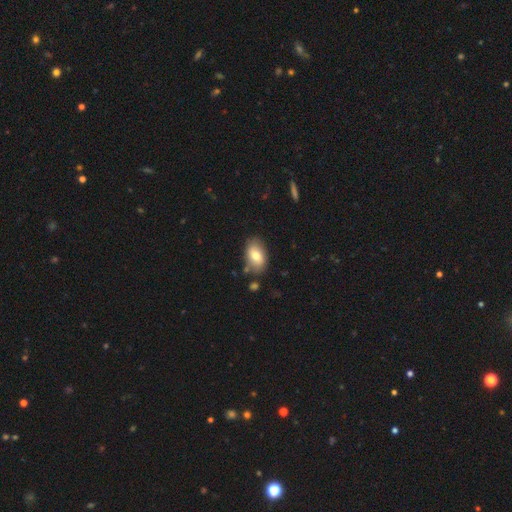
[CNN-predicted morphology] Smooth or featured: smooth — 75% (featured or disk — 18%)
How rounded: in between — 90% (round — 8%)
Merging: none — 78% (minor disturbance — 15%)